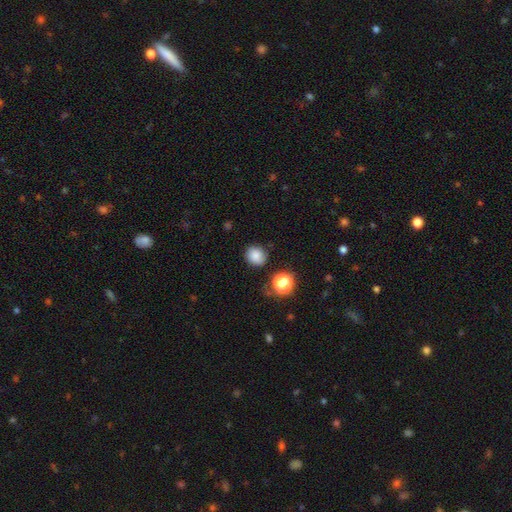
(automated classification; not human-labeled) Smooth or featured? Predicted: smooth (p=0.82). How rounded? Predicted: round (p=0.80). Merging? Predicted: none (p=0.80).